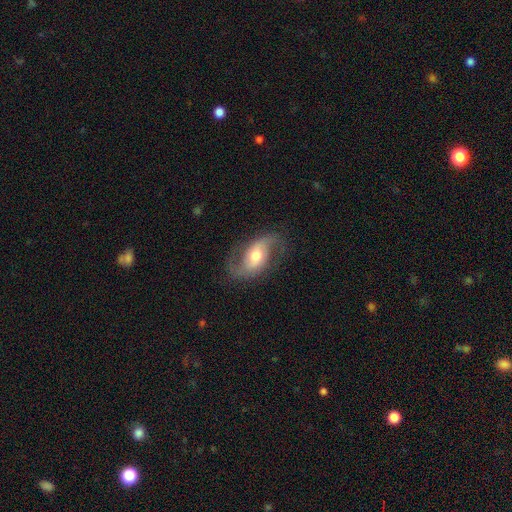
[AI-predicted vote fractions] featured or disk 82%, smooth 13%, star or artifact 5%. Down the decision tree: edge-on disk — no (96%); bar — weak (42%); spiral arms — yes (93%); spiral arm count — 2 (92%); spiral winding — loose (51%); bulge size — moderate (70%); merging — none (76%).